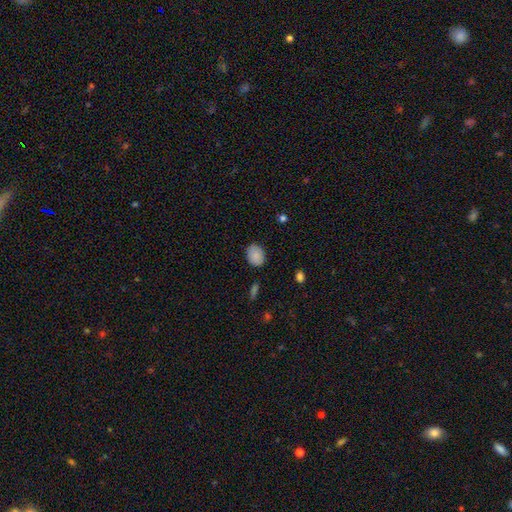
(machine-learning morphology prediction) Overall: smooth (87%). How rounded: in between (61%; round 38%). Merging: none (83%).